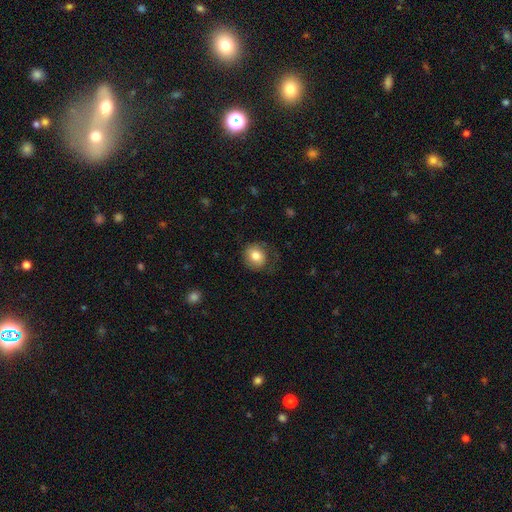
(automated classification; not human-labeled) A smooth galaxy with no disk features (80%) that is round (74%).

Vote fractions:
- Smooth or featured? smooth: 80% / featured or disk: 12% / star or artifact: 8%
- How rounded? round: 74% / in between: 26% / cigar-shaped: 1%
- Merging? none: 68% / minor disturbance: 19% / major disturbance: 12% / merger: 1%